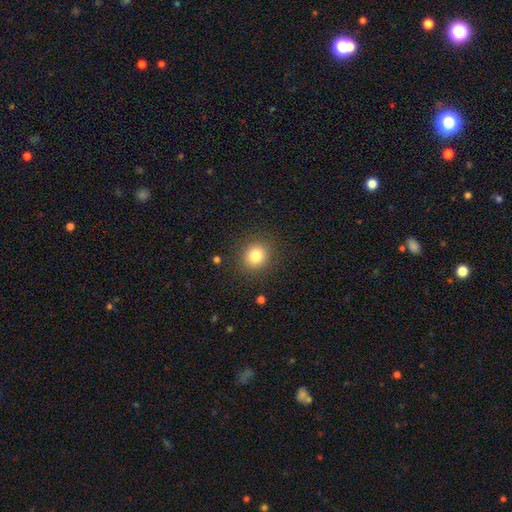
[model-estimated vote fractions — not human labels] The model was most divided on "smooth or featured": smooth: 81%, star or artifact: 12%, featured or disk: 7%. More confident: merging — none (88%); how rounded — round (87%).